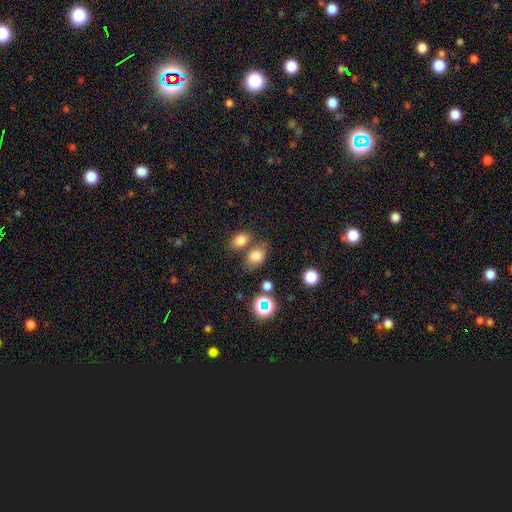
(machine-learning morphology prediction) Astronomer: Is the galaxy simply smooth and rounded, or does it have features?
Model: smooth — 76%.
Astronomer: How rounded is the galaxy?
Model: in between — 75%.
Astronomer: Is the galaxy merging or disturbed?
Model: none — 57%.